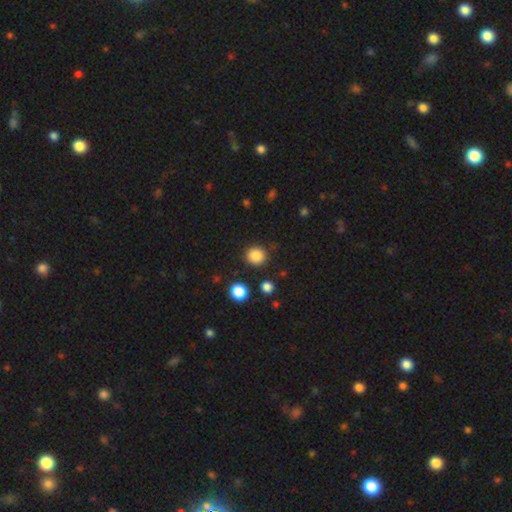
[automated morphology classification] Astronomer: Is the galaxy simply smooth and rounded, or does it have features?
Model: smooth — 86%.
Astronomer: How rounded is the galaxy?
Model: round — 90%.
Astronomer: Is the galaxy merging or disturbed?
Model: none — 87%.